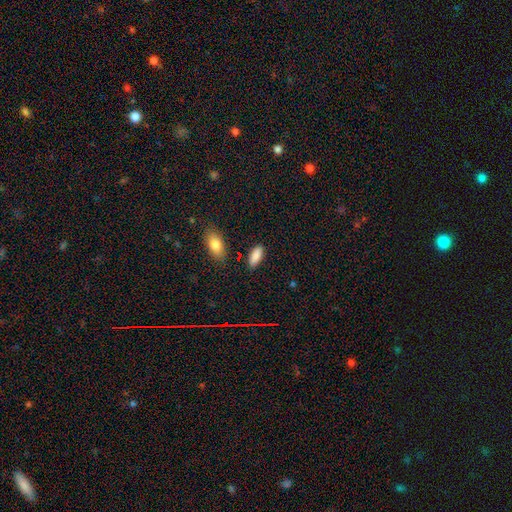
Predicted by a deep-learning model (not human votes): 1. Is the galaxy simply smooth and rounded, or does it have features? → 88% smooth, 7% star or artifact, 5% featured or disk.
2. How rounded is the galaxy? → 80% in between, 17% cigar-shaped, 2% round.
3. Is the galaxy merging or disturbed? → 84% none, 11% minor disturbance, 3% merger, 2% major disturbance.